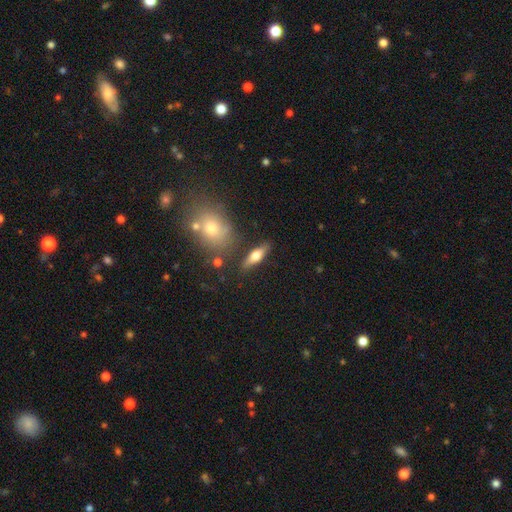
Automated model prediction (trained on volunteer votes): Q: Smooth or featured?
A: smooth (51%); runner-up: featured or disk (42%)
Q: How rounded?
A: cigar-shaped (50%); runner-up: in between (46%)
Q: Merging?
A: none (81%); runner-up: minor disturbance (11%)